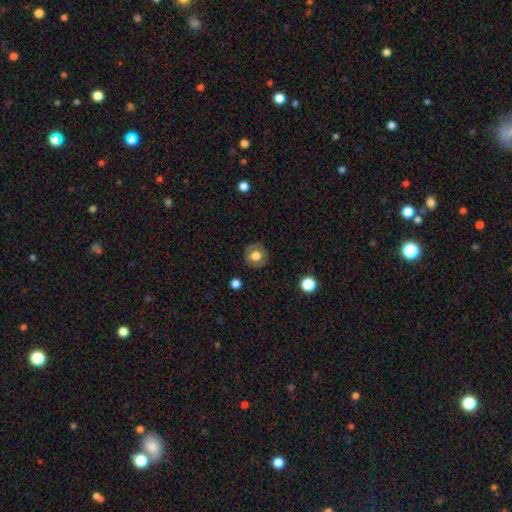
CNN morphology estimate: A smooth galaxy with no disk features (65%) that is round (87%). Merging: none (84%).